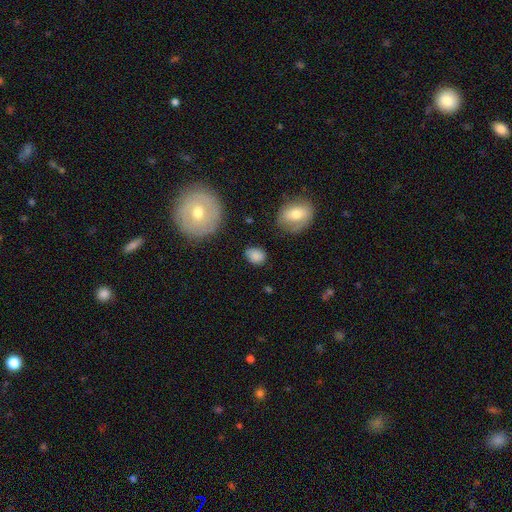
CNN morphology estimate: smooth 82%, star or artifact 9%, featured or disk 9%. Down the decision tree: how rounded — in between (64%); merging — none (74%).